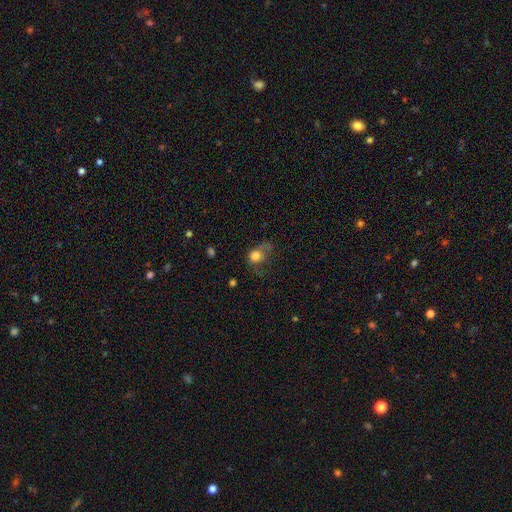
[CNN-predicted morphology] A smooth galaxy with no disk features (73%) that is round (64%).

Vote fractions:
- Smooth or featured? smooth: 73% / featured or disk: 15% / star or artifact: 12%
- How rounded? round: 64% / in between: 35% / cigar-shaped: 2%
- Merging? major disturbance: 40% / none: 30% / minor disturbance: 27% / merger: 4%